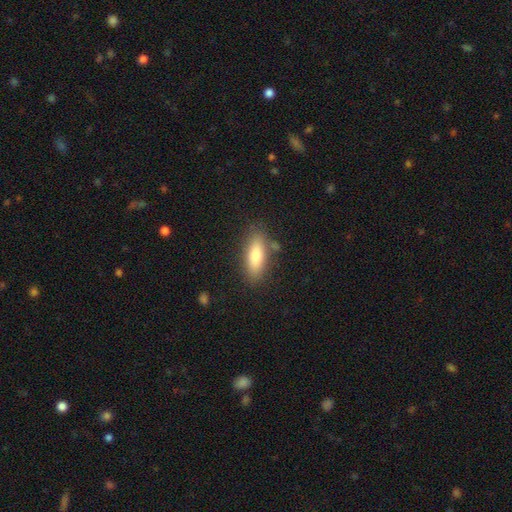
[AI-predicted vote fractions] A smooth galaxy with no disk features (77%) that is in between round and cigar-shaped (67%).

Vote fractions:
- Smooth or featured? smooth: 77% / featured or disk: 16% / star or artifact: 7%
- How rounded? in between: 67% / cigar-shaped: 30% / round: 3%
- Merging? none: 82% / minor disturbance: 12% / merger: 3% / major disturbance: 3%